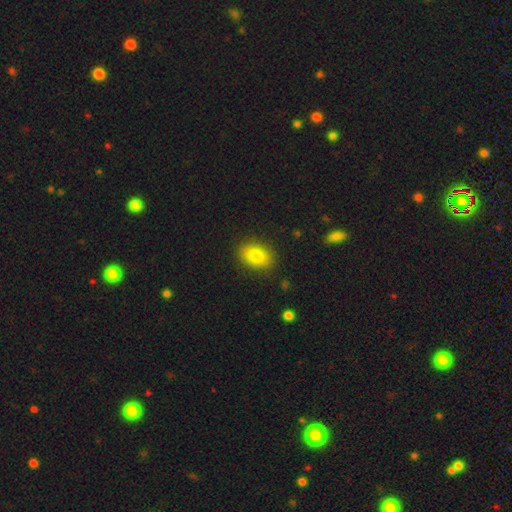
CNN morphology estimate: This appears to be a smooth galaxy with no disk features (83%) that is in between round and cigar-shaped (81%). Merging: none (87%).